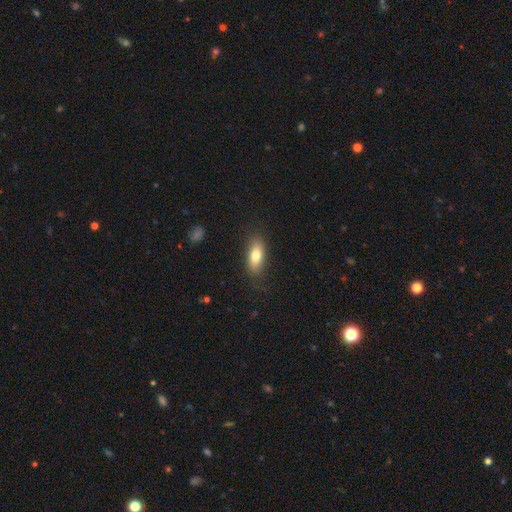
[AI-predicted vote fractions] Smooth or featured: smooth — 78% (featured or disk — 15%)
How rounded: in between — 77% (cigar-shaped — 20%)
Merging: none — 81% (minor disturbance — 14%)